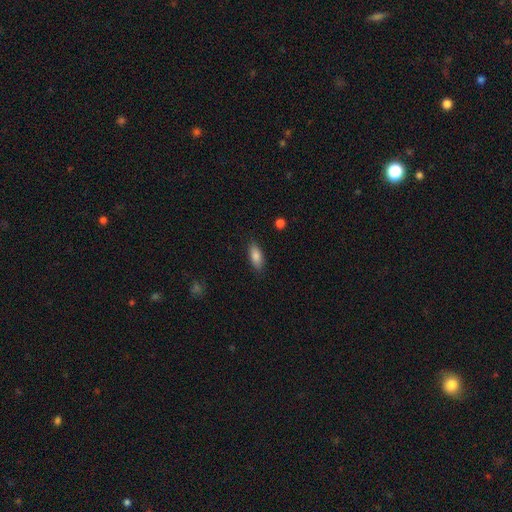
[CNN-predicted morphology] smooth 85%, featured or disk 8%, star or artifact 7%. Down the decision tree: how rounded — in between (80%); merging — none (86%).